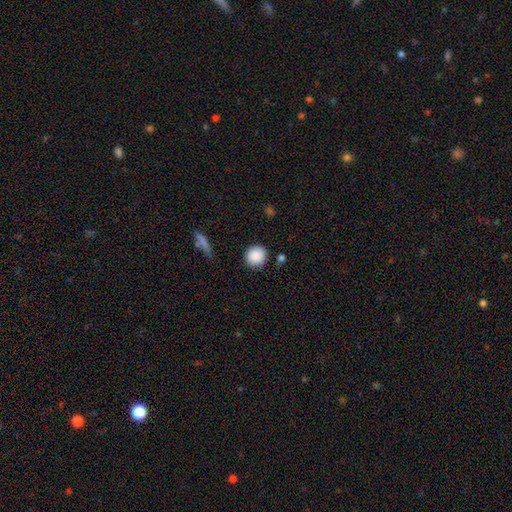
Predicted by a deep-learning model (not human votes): Q: Smooth or featured?
A: smooth (88%); runner-up: star or artifact (8%)
Q: How rounded?
A: round (91%); runner-up: in between (8%)
Q: Merging?
A: none (84%); runner-up: minor disturbance (10%)